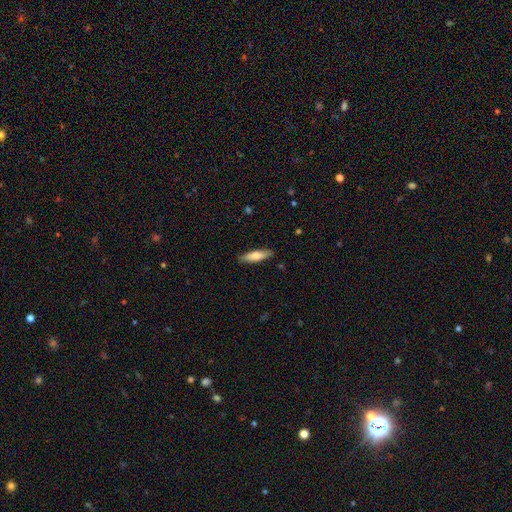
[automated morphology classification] Smooth or featured? smooth (70%)
How rounded? cigar-shaped (70%)
Merging? none (88%)